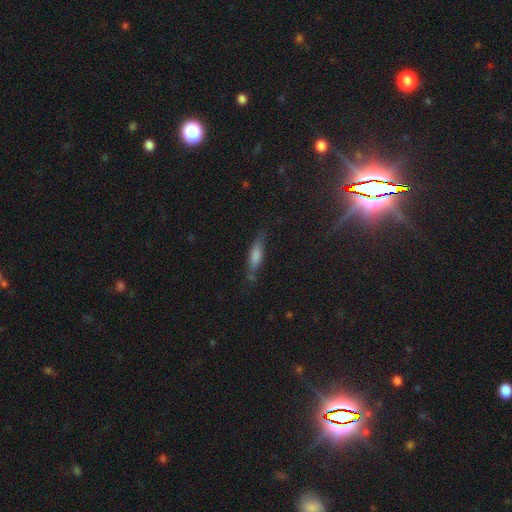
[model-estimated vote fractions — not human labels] A smooth galaxy with no disk features (59%) that is cigar-shaped (72%). Merging: none (72%).